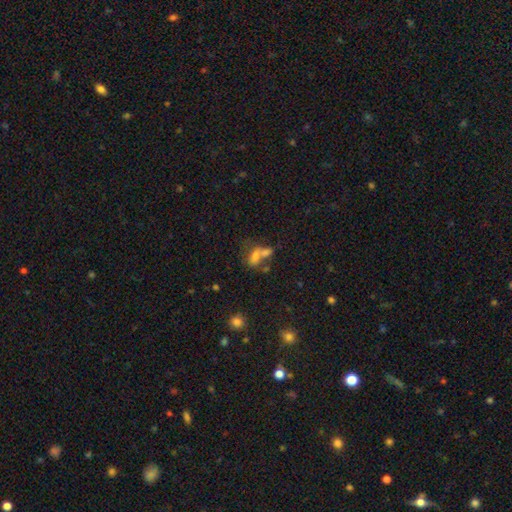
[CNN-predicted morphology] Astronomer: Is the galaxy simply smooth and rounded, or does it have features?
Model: smooth — 60%.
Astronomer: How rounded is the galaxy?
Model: in between — 74%.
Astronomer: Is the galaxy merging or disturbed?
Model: merger — 56%.